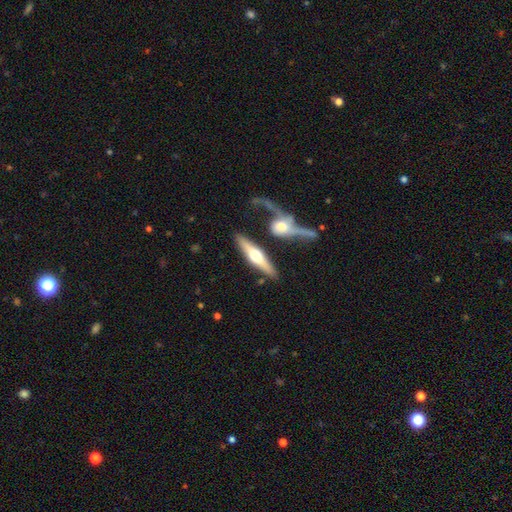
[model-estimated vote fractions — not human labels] Smooth or featured: featured or disk — 63% (smooth — 32%)
Edge-on disk: yes — 91% (no — 9%)
Edge-on bulge: rounded — 94% (boxy — 3%)
Merging: none — 69% (merger — 14%)